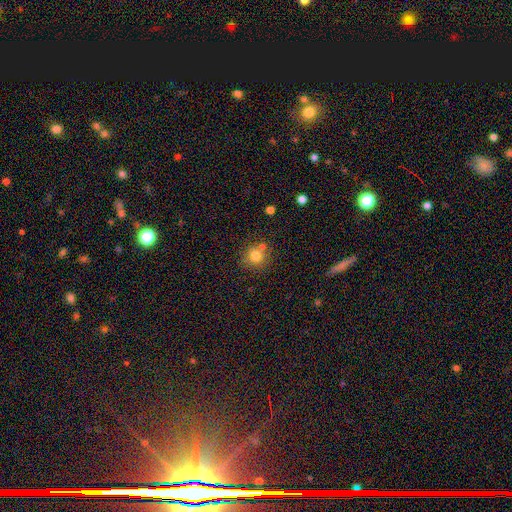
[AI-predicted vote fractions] smooth 78%, star or artifact 13%, featured or disk 9%. Down the decision tree: how rounded — round (90%); merging — none (71%).